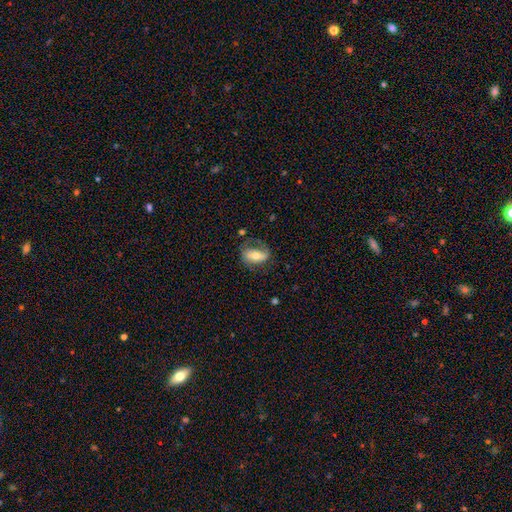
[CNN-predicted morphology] type=featured or disk (53%); edge-on=no (89%); merging=none (52%).